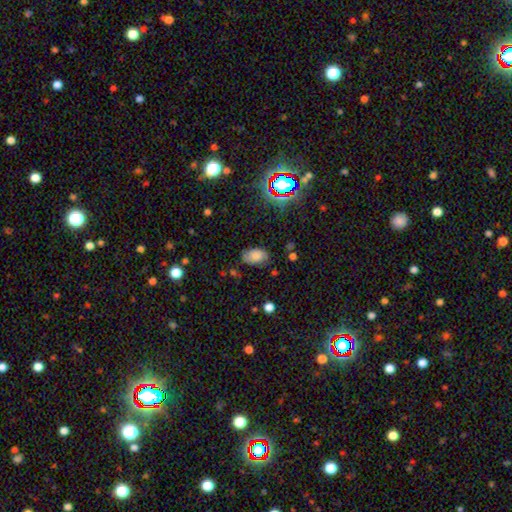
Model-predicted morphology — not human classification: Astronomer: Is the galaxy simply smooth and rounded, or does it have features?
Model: smooth — 71%.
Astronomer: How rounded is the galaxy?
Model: in between — 91%.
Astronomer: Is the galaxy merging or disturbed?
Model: none — 75%.